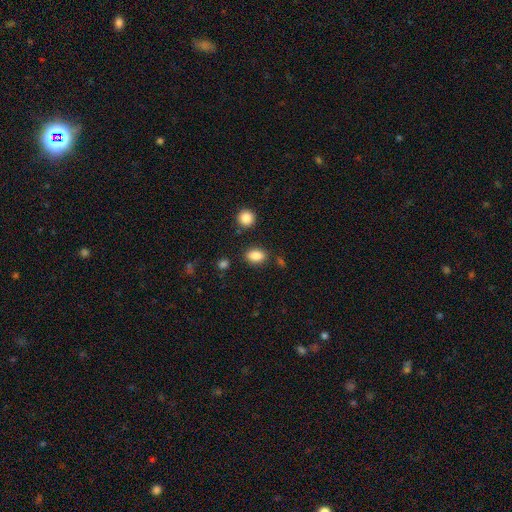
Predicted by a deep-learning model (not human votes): This appears to be a smooth galaxy with no disk features (86%) that is in between round and cigar-shaped (78%). Merging: none (82%).